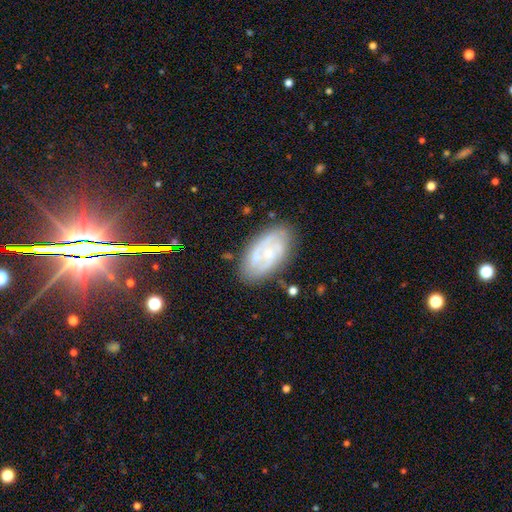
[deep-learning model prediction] Smooth or featured?
  - featured or disk: 69% *
  - smooth: 24%
  - star or artifact: 7%
Edge-on disk?
  - no: 95% *
  - yes: 5%
Bar?
  - no: 68% *
  - weak: 27%
  - strong: 6%
Spiral arms?
  - yes: 77% *
  - no: 23%
Spiral winding?
  - tight: 45% *
  - medium: 39%
  - loose: 15%
Spiral arm count?
  - 2: 44% *
  - can't tell: 33%
  - 3: 12%
  - 1: 5%
  - 4: 3%
  - more than 4: 3%
Bulge size?
  - small: 61% *
  - moderate: 30%
  - none: 5%
  - large: 2%
  - dominant: 1%
Merging?
  - none: 73% *
  - minor disturbance: 17%
  - major disturbance: 6%
  - merger: 4%